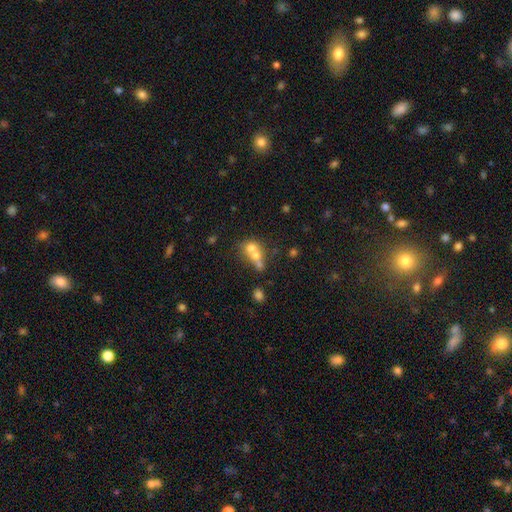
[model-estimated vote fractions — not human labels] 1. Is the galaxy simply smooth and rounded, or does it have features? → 60% smooth, 26% featured or disk, 14% star or artifact.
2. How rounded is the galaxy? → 66% round, 32% in between, 2% cigar-shaped.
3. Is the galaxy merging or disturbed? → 65% merger, 24% none, 7% minor disturbance, 5% major disturbance.